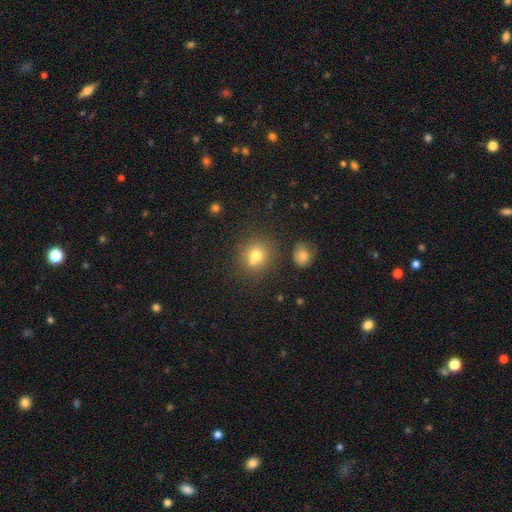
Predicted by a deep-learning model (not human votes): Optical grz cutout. It shows a smooth galaxy with no disk features (72%) that is round (84%). Merging: none (59%).